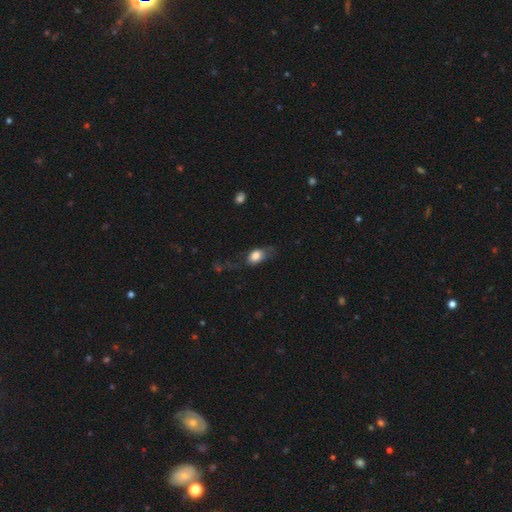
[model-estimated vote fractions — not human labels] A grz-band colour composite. It shows a smooth galaxy with no disk features (76%) that is in between round and cigar-shaped (84%). Merging: none (43%).